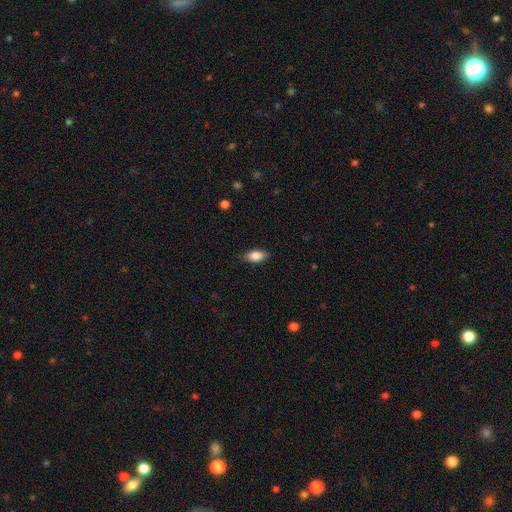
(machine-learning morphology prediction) Smooth or featured? smooth (86%)
How rounded? in between (90%)
Merging? none (83%)